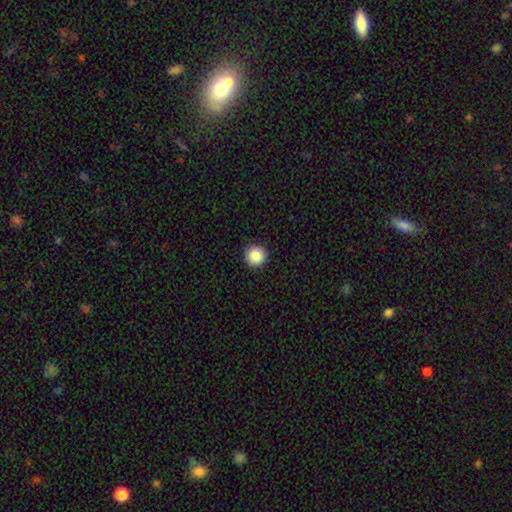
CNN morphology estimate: Smooth or featured? smooth (86%)
How rounded? round (96%)
Merging? none (93%)